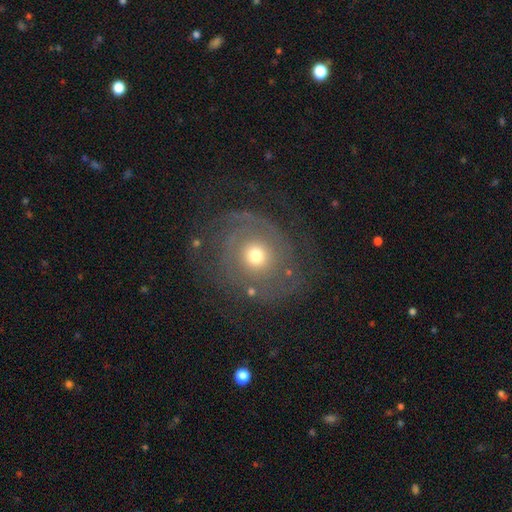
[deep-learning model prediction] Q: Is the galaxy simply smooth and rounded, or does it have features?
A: featured or disk — 69%.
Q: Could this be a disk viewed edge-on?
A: no — 97%.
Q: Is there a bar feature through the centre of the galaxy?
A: no — 85%.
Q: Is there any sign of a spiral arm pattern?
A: yes — 80%.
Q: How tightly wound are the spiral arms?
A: tight — 58%.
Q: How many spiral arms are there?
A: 2 — 46%.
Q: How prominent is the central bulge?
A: moderate — 59%.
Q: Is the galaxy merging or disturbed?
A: none — 70%.